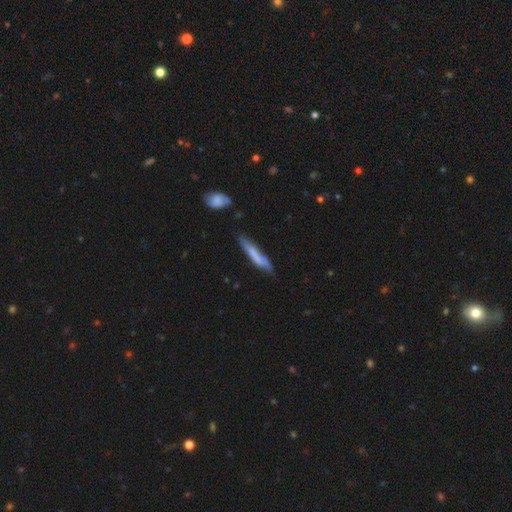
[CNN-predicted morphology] A smooth galaxy with no disk features (57%) that is cigar-shaped (87%). Merging: none (59%).